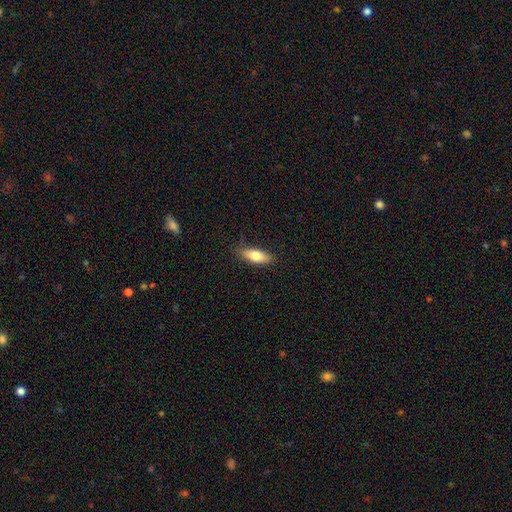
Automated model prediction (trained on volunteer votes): Morphology: type=smooth (77%); roundness=in between (69%); merging=none (83%).